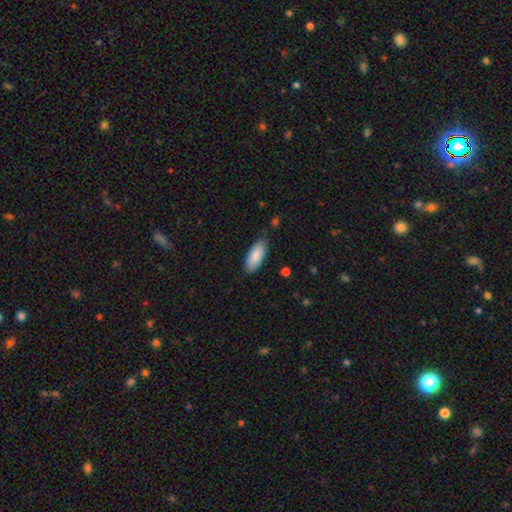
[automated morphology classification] Smooth or featured? smooth (87%)
How rounded? in between (84%)
Merging? none (78%)